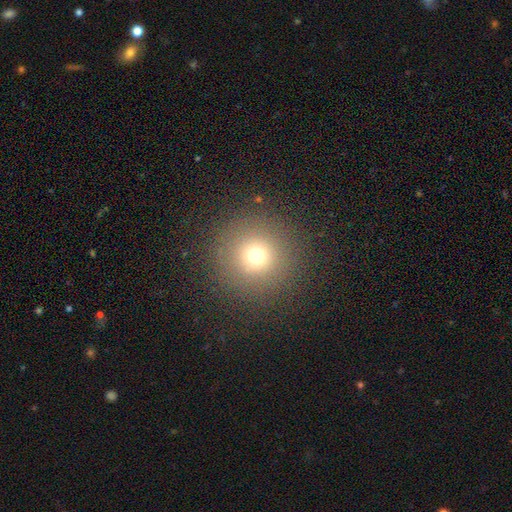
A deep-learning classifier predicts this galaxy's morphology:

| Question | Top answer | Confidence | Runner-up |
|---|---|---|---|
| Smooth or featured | smooth | 70% | star or artifact (20%) |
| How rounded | round | 96% | in between (3%) |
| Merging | none | 90% | minor disturbance (6%) |